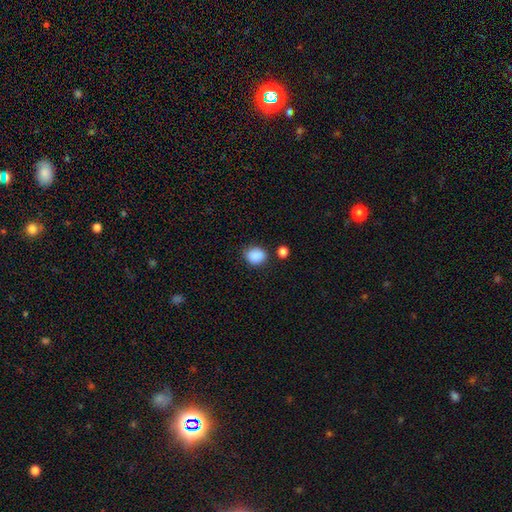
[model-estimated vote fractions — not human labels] Smooth or featured? smooth (88%)
How rounded? round (62%)
Merging? none (77%)